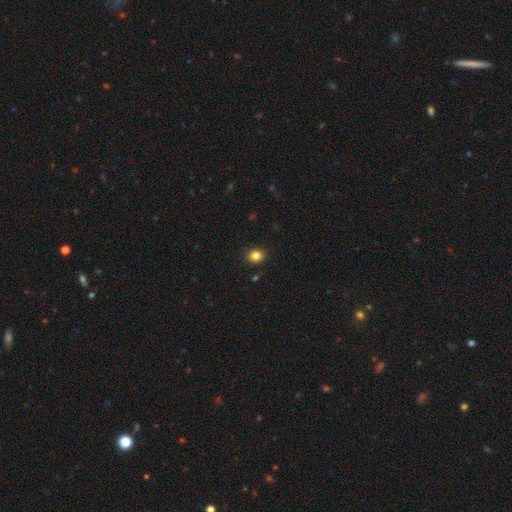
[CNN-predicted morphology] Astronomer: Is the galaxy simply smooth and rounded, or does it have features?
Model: smooth — 84%.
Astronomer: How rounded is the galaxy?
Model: round — 66%.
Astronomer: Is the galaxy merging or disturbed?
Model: none — 89%.